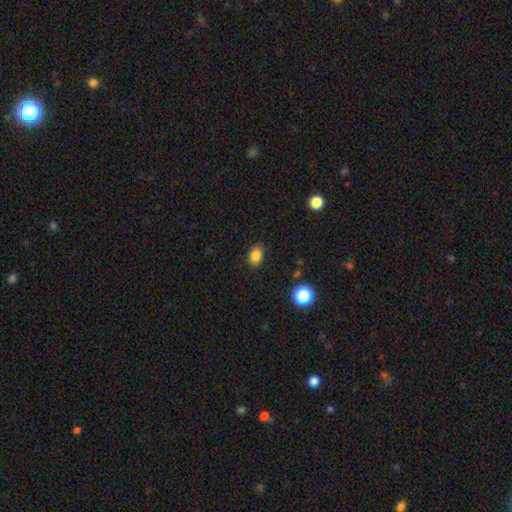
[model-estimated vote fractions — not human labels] Smooth or featured? smooth (83%)
How rounded? in between (71%)
Merging? none (87%)